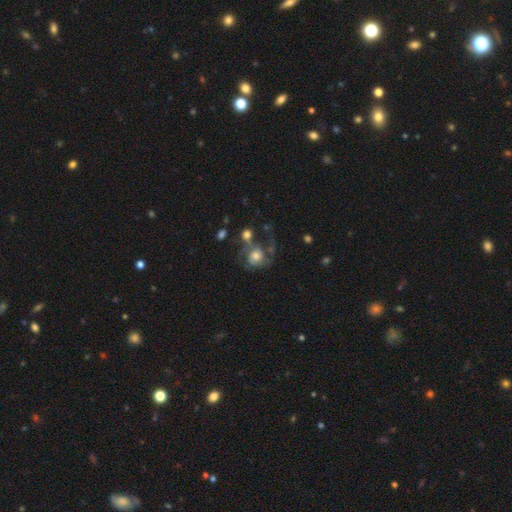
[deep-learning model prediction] smooth_or_featured: featured or disk (p=0.53) [alt: smooth p=0.38]
disk_edge_on: no (p=0.98) [alt: yes p=0.02]
bar: no (p=0.80) [alt: weak p=0.17]
has_spiral_arms: yes (p=0.77) [alt: no p=0.23]
bulge_size: moderate (p=0.49) [alt: large p=0.29]
merging: major disturbance (p=0.31) [tied with: none p=0.31]